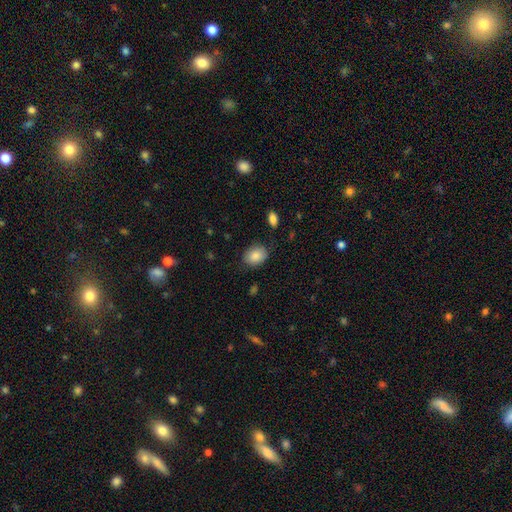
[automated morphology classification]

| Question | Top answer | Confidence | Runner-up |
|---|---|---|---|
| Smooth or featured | smooth | 86% | star or artifact (7%) |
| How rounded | in between | 66% | round (33%) |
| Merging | none | 80% | minor disturbance (15%) |